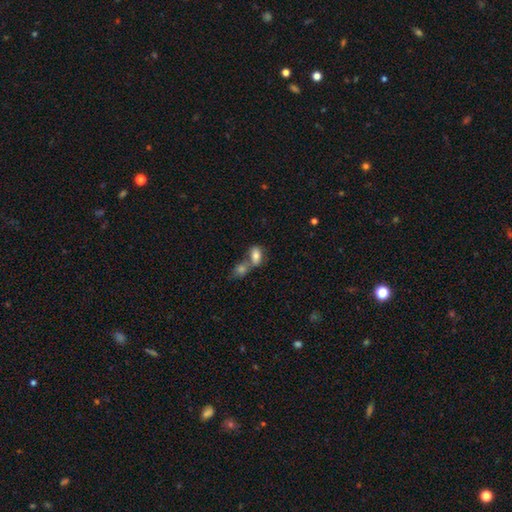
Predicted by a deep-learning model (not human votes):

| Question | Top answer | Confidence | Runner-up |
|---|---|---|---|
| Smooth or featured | smooth | 79% | featured or disk (12%) |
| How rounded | in between | 85% | round (12%) |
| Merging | merger | 57% | none (30%) |